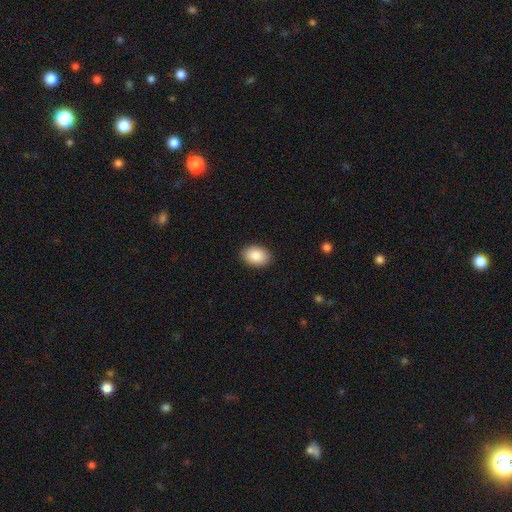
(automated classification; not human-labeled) Smooth or featured? smooth (89%)
How rounded? in between (85%)
Merging? none (90%)